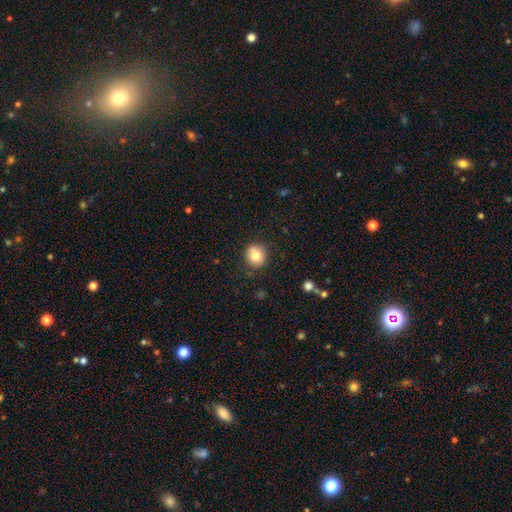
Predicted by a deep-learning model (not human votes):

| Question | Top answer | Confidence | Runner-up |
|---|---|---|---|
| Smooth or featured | smooth | 80% | star or artifact (10%) |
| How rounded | round | 83% | in between (16%) |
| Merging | none | 86% | minor disturbance (10%) |